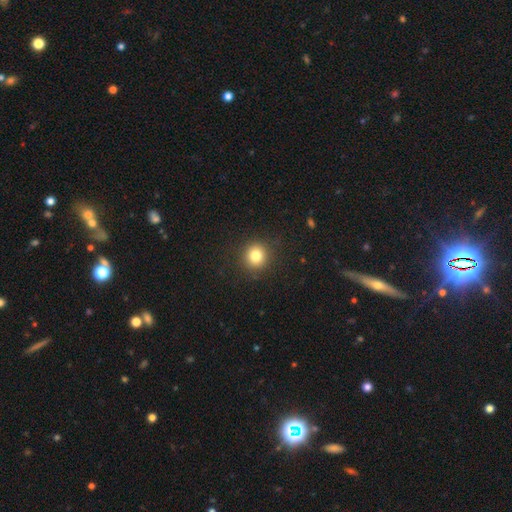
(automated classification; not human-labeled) Overall: smooth (81%). How rounded: round (91%). Merging: none (90%).